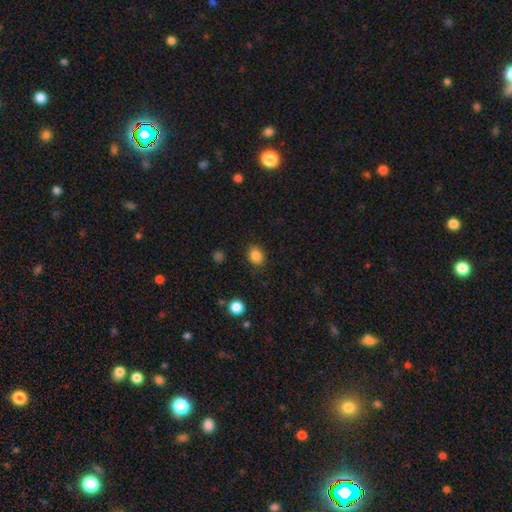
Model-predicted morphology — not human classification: A smooth galaxy with no disk features (86%) that is in between round and cigar-shaped (53%).

Vote fractions:
- Smooth or featured? smooth: 86% / star or artifact: 10% / featured or disk: 4%
- How rounded? in between: 53% / round: 46% / cigar-shaped: 1%
- Merging? none: 85% / minor disturbance: 11% / major disturbance: 3% / merger: 1%